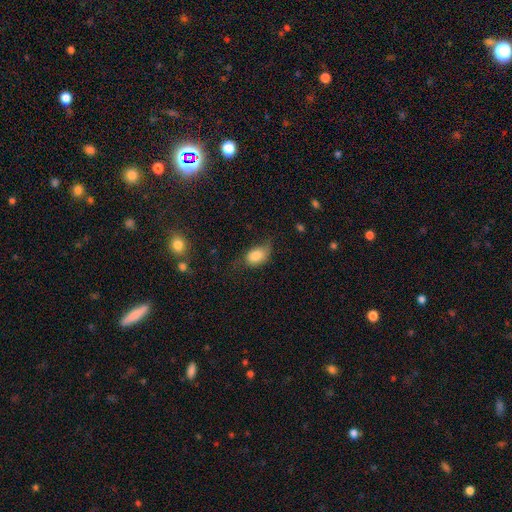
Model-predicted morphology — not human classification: This is likely a smooth galaxy (79%). How rounded: clearly in between (84%). Merging: marginally none (44%).